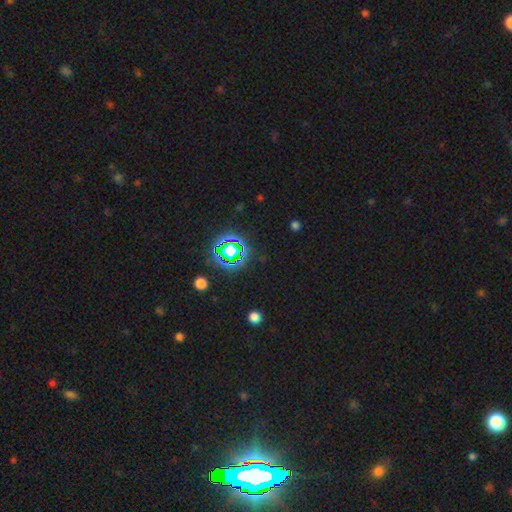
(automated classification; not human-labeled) A star or artifact, not a galaxy (78%).